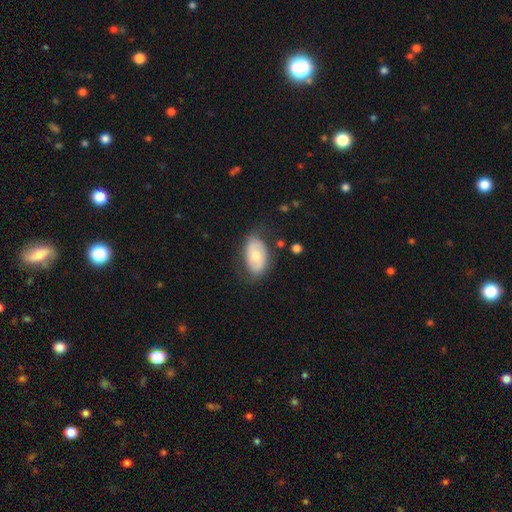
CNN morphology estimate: smooth_or_featured: smooth (p=0.54) [alt: featured or disk p=0.40]
how_rounded: in between (p=0.90) [alt: round p=0.09]
merging: none (p=0.66) [alt: minor disturbance p=0.23]